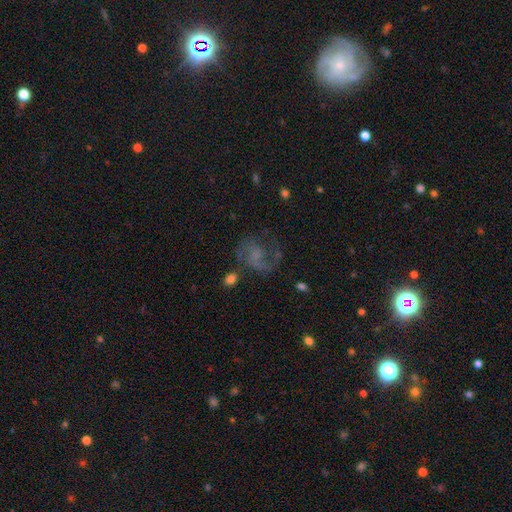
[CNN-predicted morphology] The model was most divided on "bulge size": none: 42%, small: 34%, moderate: 18%, large: 5%, dominant: 2%. Remaining: edge-on disk — no (98%); spiral arms — yes (90%); spiral arm count — 2 (81%); smooth or featured — featured or disk (73%); merging — none (57%); bar — no (57%); spiral winding — medium (49%).